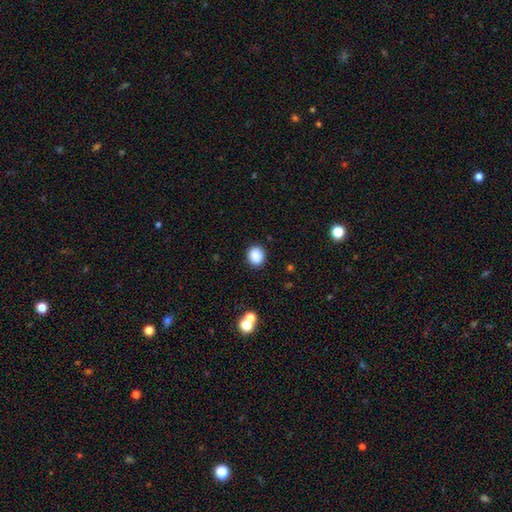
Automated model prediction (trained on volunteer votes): Overall: smooth (87%). How rounded: round (74%). Merging: none (89%).